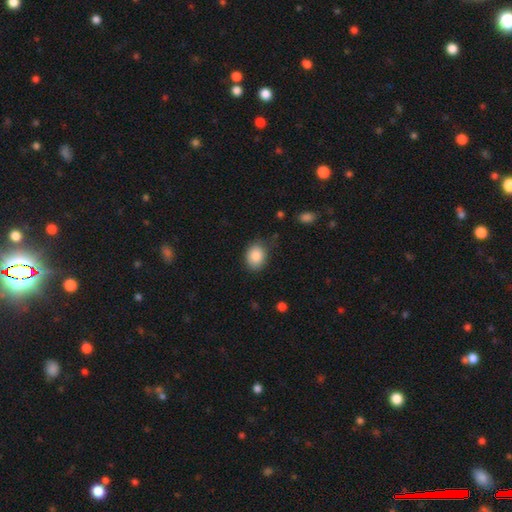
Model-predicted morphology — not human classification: The model was most divided on "how rounded": in between: 53%, round: 46%, cigar-shaped: 1%. More confident: smooth or featured — smooth (86%); merging — none (75%).